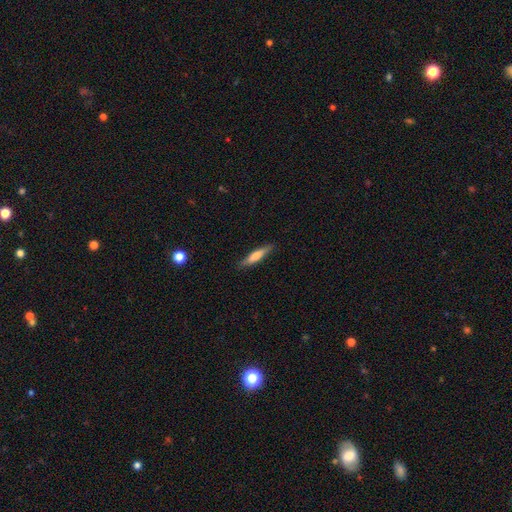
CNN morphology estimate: Smooth or featured?
  - smooth: 64% *
  - featured or disk: 30%
  - star or artifact: 6%
How rounded?
  - cigar-shaped: 83% *
  - in between: 15%
  - round: 2%
Merging?
  - none: 86% *
  - minor disturbance: 10%
  - major disturbance: 2%
  - merger: 1%